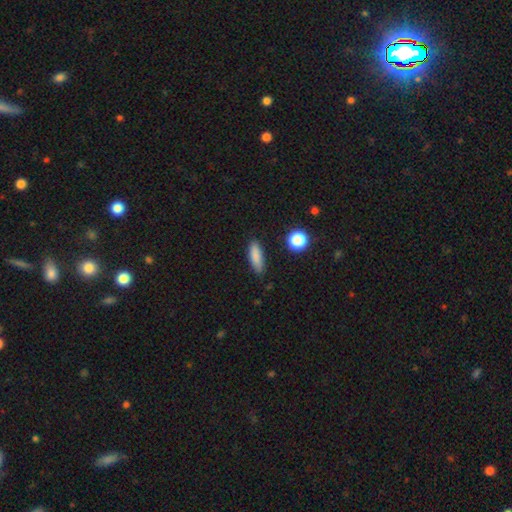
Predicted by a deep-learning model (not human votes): A smooth galaxy with no disk features (85%) that is in between round and cigar-shaped (49%).

Vote fractions:
- Smooth or featured? smooth: 85% / star or artifact: 9% / featured or disk: 7%
- How rounded? in between: 49% / cigar-shaped: 48% / round: 3%
- Merging? none: 84% / minor disturbance: 12% / major disturbance: 3% / merger: 2%